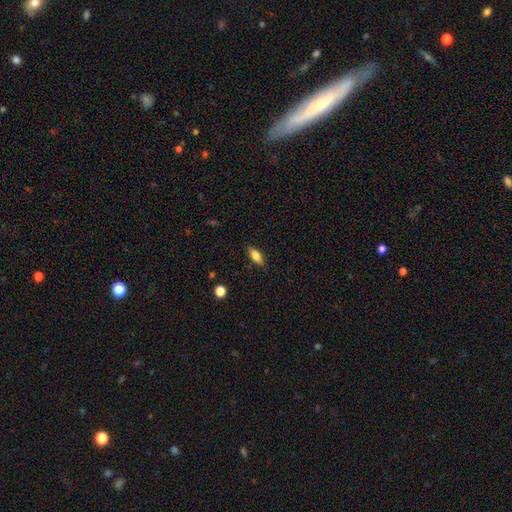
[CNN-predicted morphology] A smooth galaxy with no disk features (79%) that is in between round and cigar-shaped (78%). Merging: none (86%).